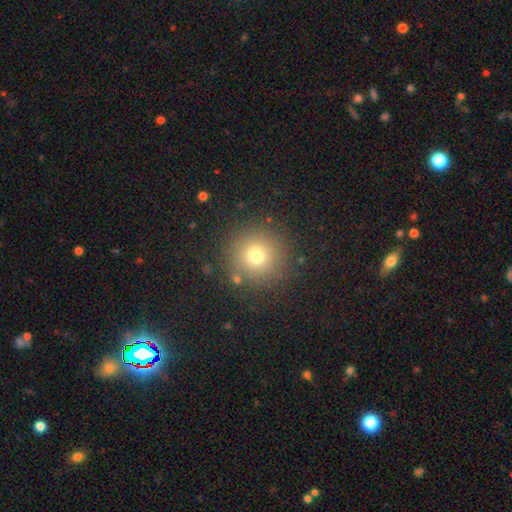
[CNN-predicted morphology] This is likely a smooth galaxy (73%). How rounded: clearly round (96%). Merging: clearly none (88%).